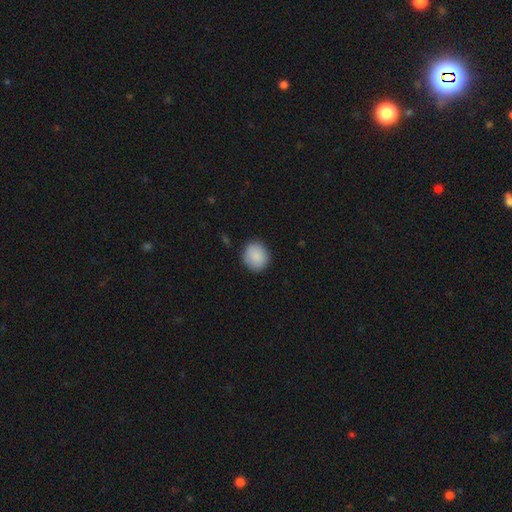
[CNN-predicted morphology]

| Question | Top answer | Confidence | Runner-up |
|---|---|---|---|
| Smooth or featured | smooth | 90% | star or artifact (6%) |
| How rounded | round | 82% | in between (17%) |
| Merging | none | 88% | minor disturbance (9%) |